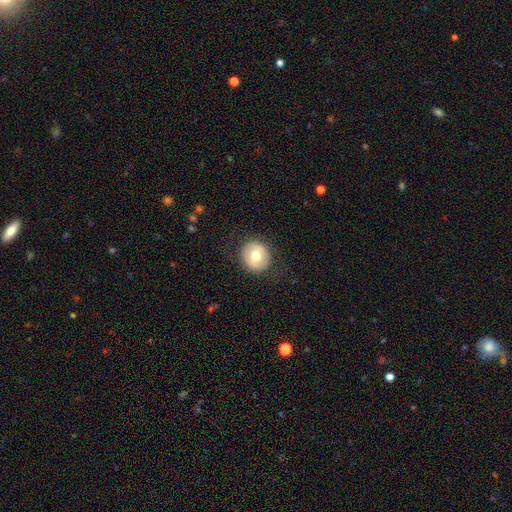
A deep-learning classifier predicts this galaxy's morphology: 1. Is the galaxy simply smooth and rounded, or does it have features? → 66% smooth, 26% featured or disk, 8% star or artifact.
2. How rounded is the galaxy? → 88% round, 11% in between, 1% cigar-shaped.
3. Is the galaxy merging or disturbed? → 86% none, 9% minor disturbance, 4% major disturbance, 1% merger.